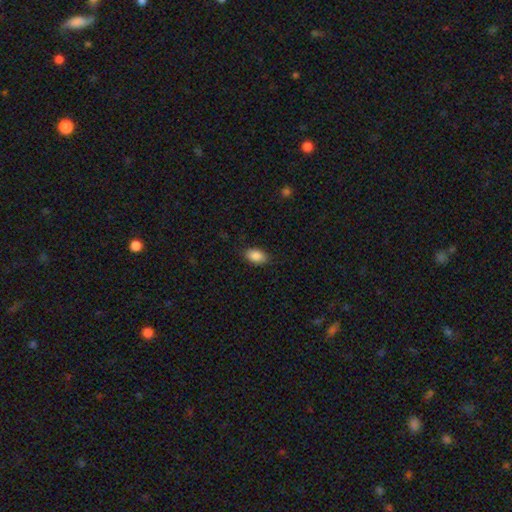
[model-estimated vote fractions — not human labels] Q: Smooth or featured?
A: smooth (88%); runner-up: star or artifact (7%)
Q: How rounded?
A: in between (91%); runner-up: round (8%)
Q: Merging?
A: none (84%); runner-up: minor disturbance (12%)